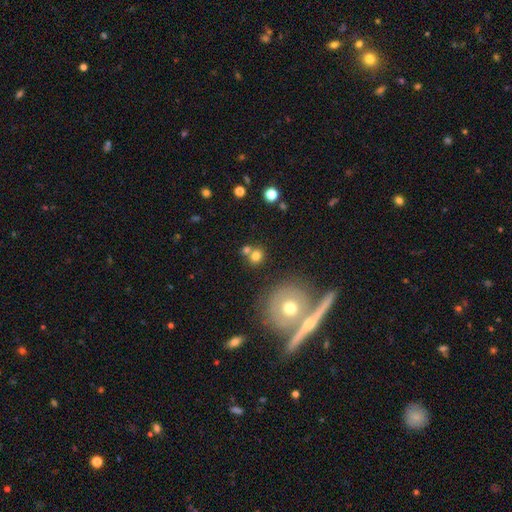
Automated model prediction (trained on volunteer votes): Morphology: type=smooth (75%); roundness=round (88%); merging=none (62%).